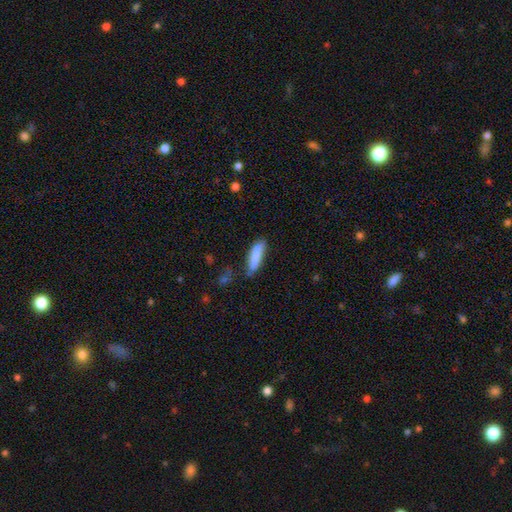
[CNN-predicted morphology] smooth_or_featured: smooth (p=0.83) [alt: featured or disk p=0.11]
how_rounded: cigar-shaped (p=0.65) [alt: in between p=0.34]
merging: none (p=0.61) [alt: minor disturbance p=0.27]